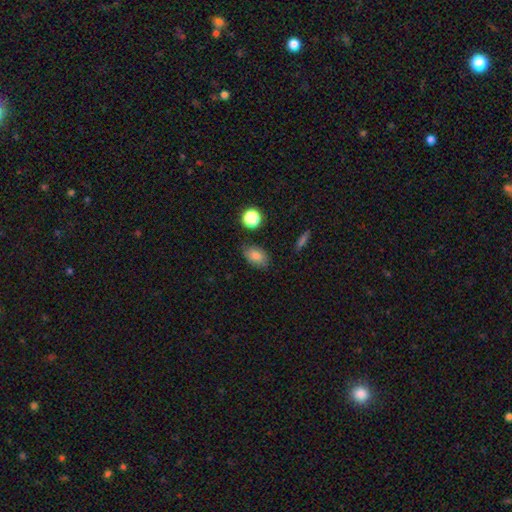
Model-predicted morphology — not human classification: type=smooth (81%); roundness=in between (84%); merging=none (78%).